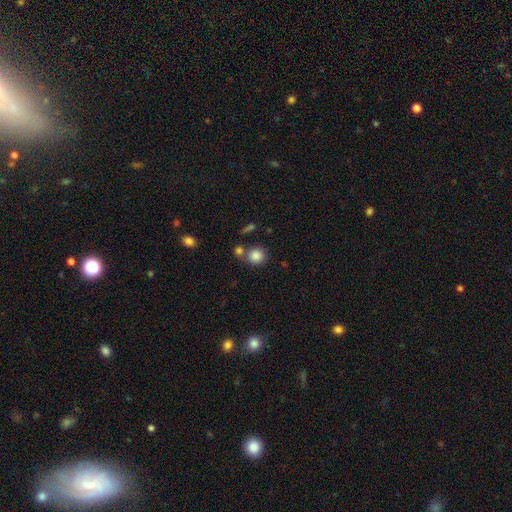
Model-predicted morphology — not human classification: A smooth galaxy with no disk features (85%) that is round (89%). Merging: none (69%).